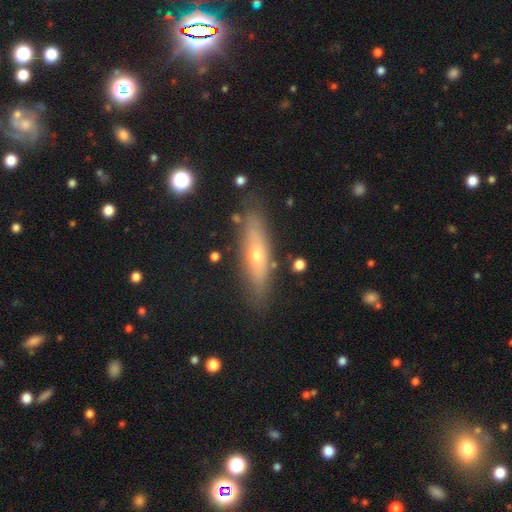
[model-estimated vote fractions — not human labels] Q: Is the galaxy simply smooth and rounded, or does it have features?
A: featured or disk — 52%.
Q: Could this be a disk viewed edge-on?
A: yes — 70%.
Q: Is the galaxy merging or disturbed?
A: none — 83%.